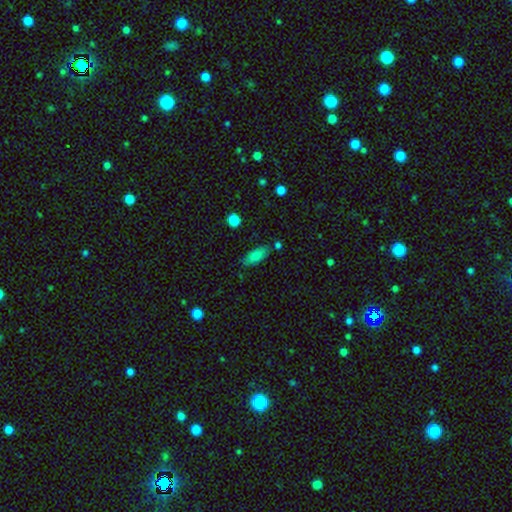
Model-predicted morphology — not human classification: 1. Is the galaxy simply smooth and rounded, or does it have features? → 82% smooth, 10% featured or disk, 8% star or artifact.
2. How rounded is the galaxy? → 78% in between, 20% cigar-shaped, 2% round.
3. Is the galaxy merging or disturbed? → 77% none, 15% minor disturbance, 5% merger, 3% major disturbance.